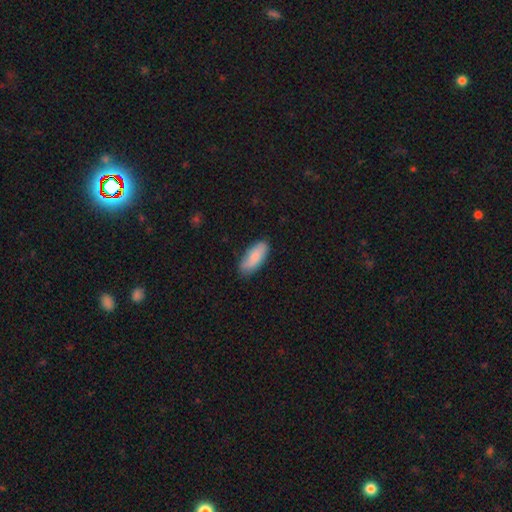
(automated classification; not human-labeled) Morphology: type=smooth (85%); roundness=in between (81%); merging=none (79%).